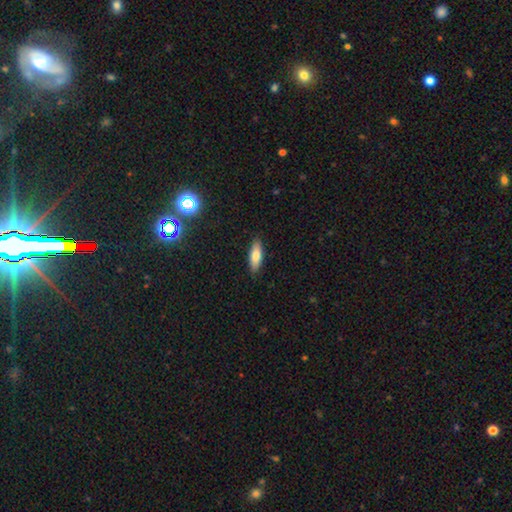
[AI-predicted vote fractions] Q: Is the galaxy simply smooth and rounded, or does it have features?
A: smooth — 77%.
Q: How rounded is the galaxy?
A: in between — 62%.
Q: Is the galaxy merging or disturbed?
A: none — 88%.